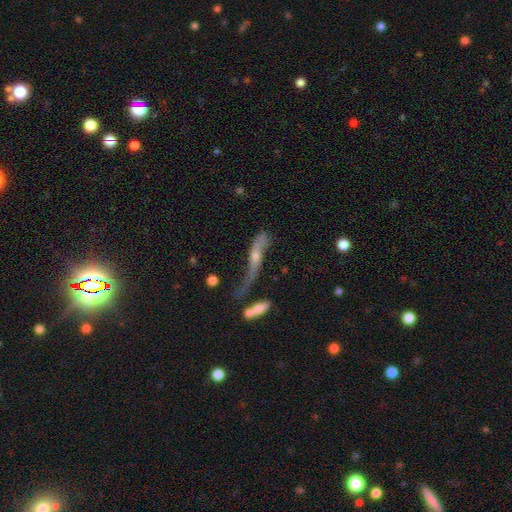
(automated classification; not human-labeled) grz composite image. It shows a featured or disk galaxy (61%) viewed edge-on (51%). Merging: none (31%).